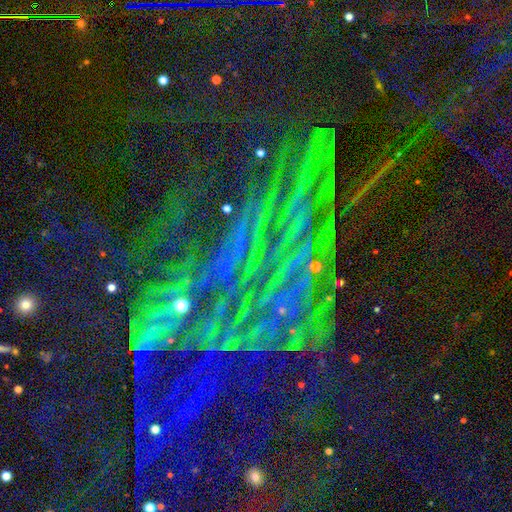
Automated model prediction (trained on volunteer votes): A star or artifact, not a galaxy (83%).

Vote fractions:
- Smooth or featured? star or artifact: 83% / featured or disk: 10% / smooth: 7%